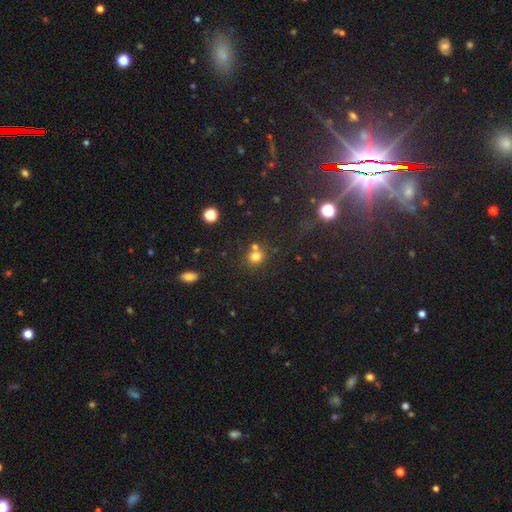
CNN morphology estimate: Smooth or featured? Predicted: smooth (p=0.73). How rounded? Predicted: round (p=0.84). Merging? Predicted: none (p=0.59).